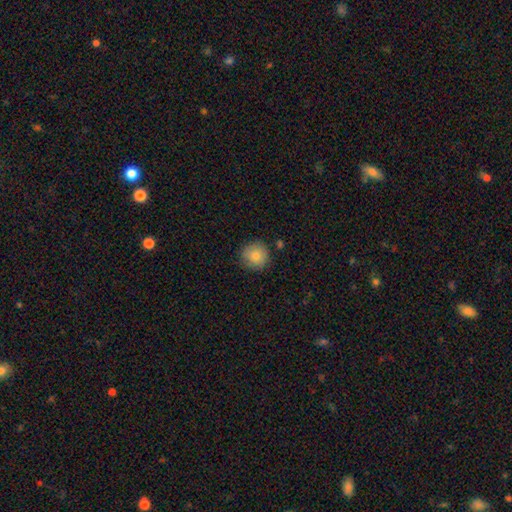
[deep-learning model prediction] Q: Smooth or featured?
A: smooth (82%); runner-up: star or artifact (9%)
Q: How rounded?
A: round (94%); runner-up: in between (5%)
Q: Merging?
A: none (83%); runner-up: minor disturbance (12%)